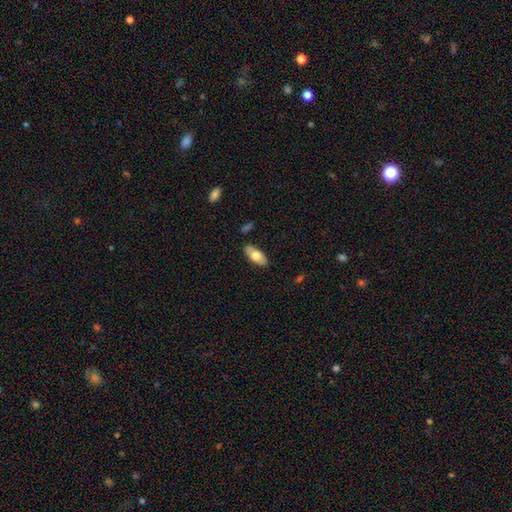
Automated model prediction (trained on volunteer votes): This appears to be a smooth galaxy with no disk features (68%) that is in between round and cigar-shaped (90%). Merging: none (85%).